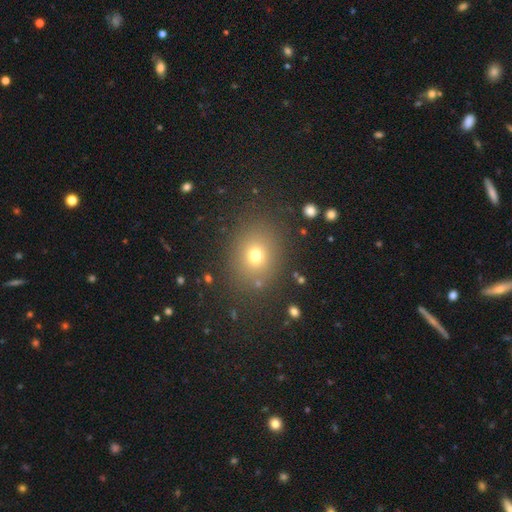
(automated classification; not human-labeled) Smooth or featured?
  - smooth: 70% *
  - star or artifact: 19%
  - featured or disk: 11%
How rounded?
  - round: 62% *
  - in between: 37%
  - cigar-shaped: 1%
Merging?
  - none: 84% *
  - minor disturbance: 9%
  - major disturbance: 4%
  - merger: 2%